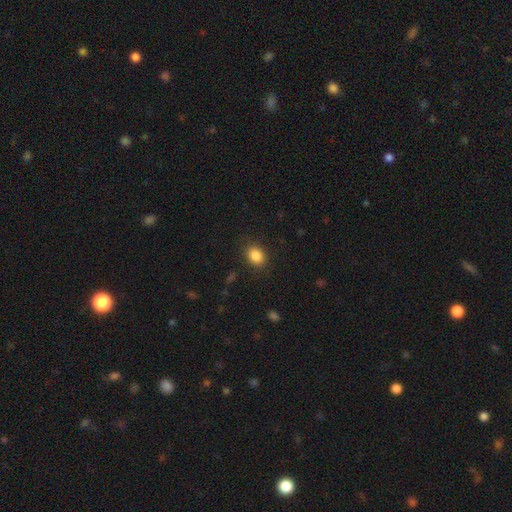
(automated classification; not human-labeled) A smooth galaxy with no disk features (87%) that is in between round and cigar-shaped (65%).

Vote fractions:
- Smooth or featured? smooth: 87% / star or artifact: 9% / featured or disk: 4%
- How rounded? in between: 65% / round: 34% / cigar-shaped: 1%
- Merging? none: 87% / minor disturbance: 9% / major disturbance: 3% / merger: 1%